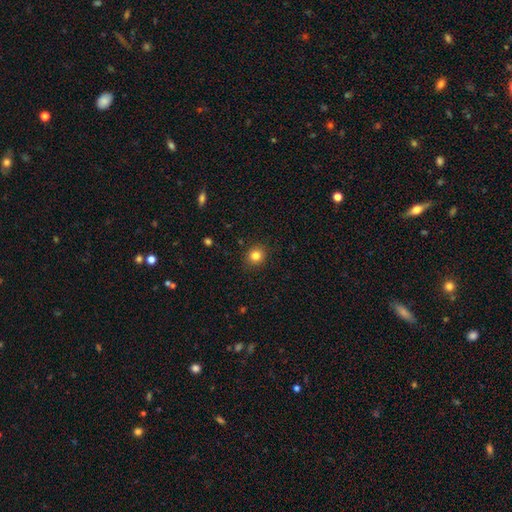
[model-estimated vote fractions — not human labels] Q: Smooth or featured?
A: smooth (82%); runner-up: star or artifact (12%)
Q: How rounded?
A: round (87%); runner-up: in between (12%)
Q: Merging?
A: none (91%); runner-up: minor disturbance (6%)